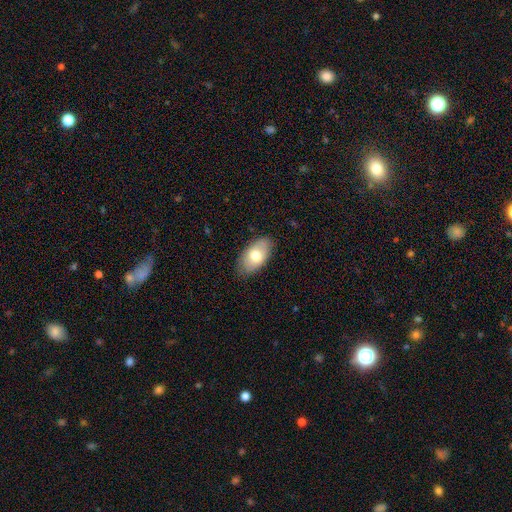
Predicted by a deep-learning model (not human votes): Smooth or featured? smooth (71%)
How rounded? in between (94%)
Merging? none (83%)